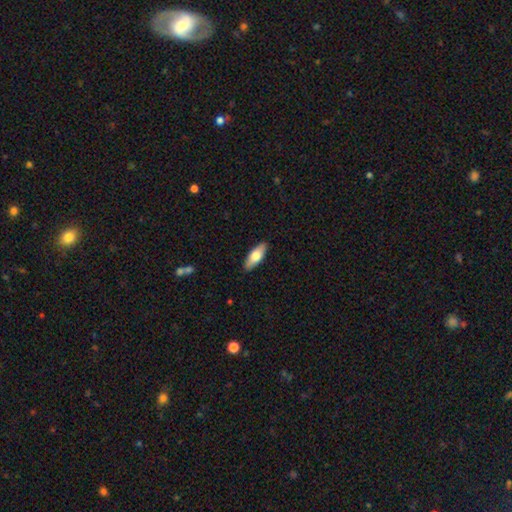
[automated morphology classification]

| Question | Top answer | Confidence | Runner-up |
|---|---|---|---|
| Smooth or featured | smooth | 69% | featured or disk (25%) |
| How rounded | in between | 73% | cigar-shaped (25%) |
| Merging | none | 89% | minor disturbance (9%) |